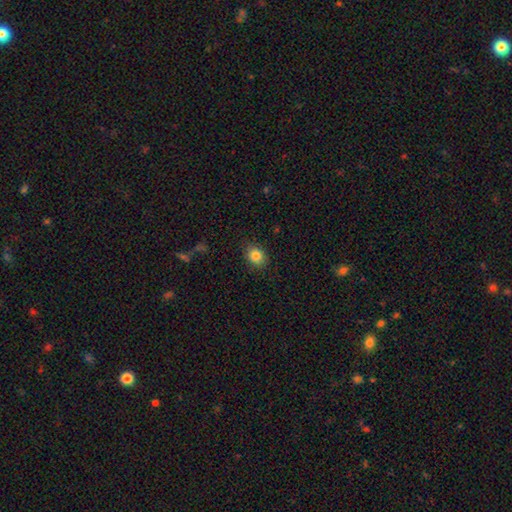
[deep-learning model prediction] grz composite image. It shows a smooth galaxy with no disk features (84%) that is round (54%). Merging: none (86%).